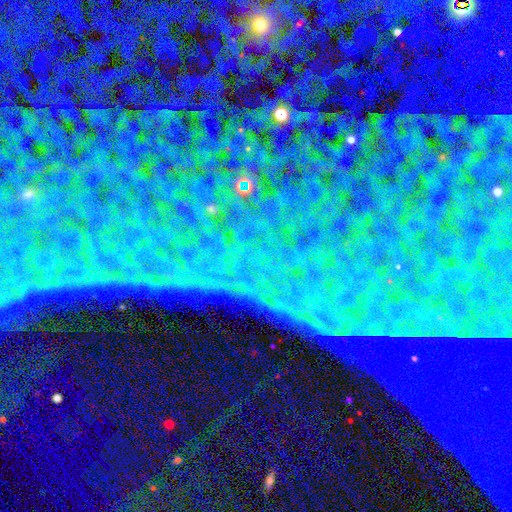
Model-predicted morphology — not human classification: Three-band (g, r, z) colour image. It shows a star or artifact, not a galaxy (87%).